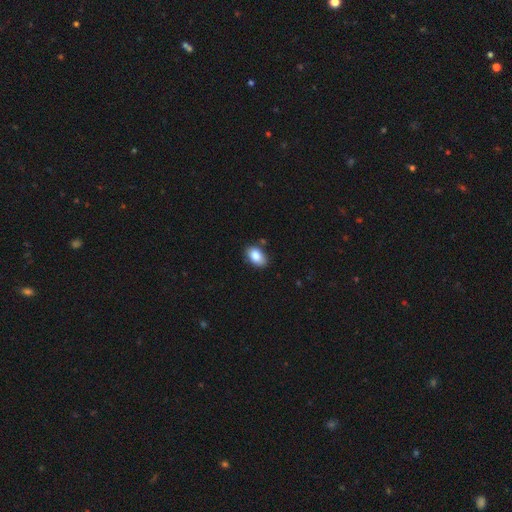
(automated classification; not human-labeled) A smooth galaxy with no disk features (86%) that is in between round and cigar-shaped (90%). Merging: none (78%).